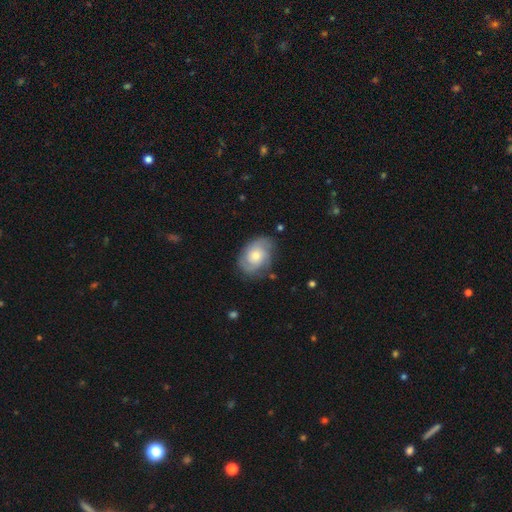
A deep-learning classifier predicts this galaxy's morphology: Smooth or featured: featured or disk — 63% (smooth — 31%)
Edge-on disk: no — 97% (yes — 3%)
Bar: no — 78% (weak — 19%)
Spiral arms: yes — 88% (no — 12%)
Spiral winding: tight — 50% (medium — 37%)
Spiral arm count: 2 — 40% (can't tell — 28%)
Bulge size: moderate — 56% (small — 34%)
Merging: none — 70% (minor disturbance — 21%)